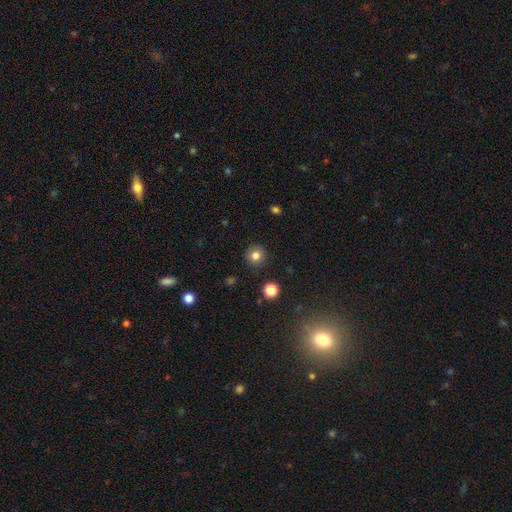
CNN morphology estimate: A smooth galaxy with no disk features (82%) that is round (92%).

Vote fractions:
- Smooth or featured? smooth: 82% / star or artifact: 12% / featured or disk: 6%
- How rounded? round: 92% / in between: 7% / cigar-shaped: 1%
- Merging? none: 91% / minor disturbance: 6% / major disturbance: 2% / merger: 1%